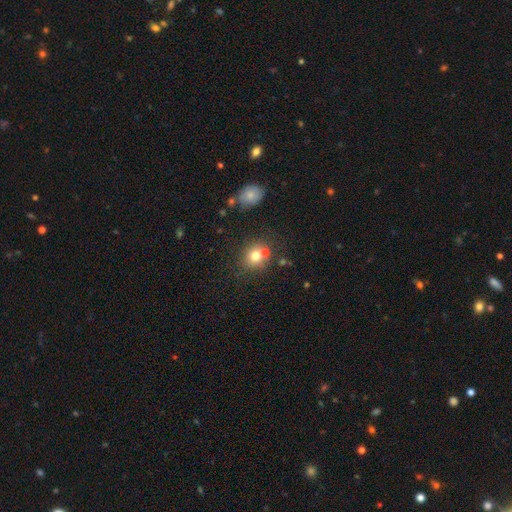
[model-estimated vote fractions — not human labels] This appears to be a smooth galaxy with no disk features (73%) that is round (78%). Merging: none (56%).